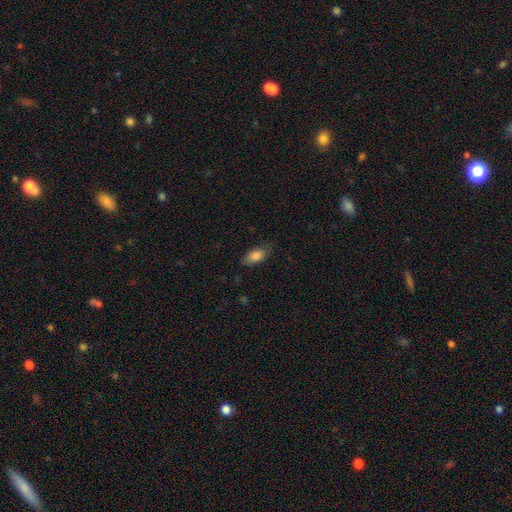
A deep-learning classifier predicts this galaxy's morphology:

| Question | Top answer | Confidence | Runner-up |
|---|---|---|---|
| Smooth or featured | smooth | 83% | featured or disk (10%) |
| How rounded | in between | 88% | cigar-shaped (8%) |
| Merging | none | 74% | minor disturbance (20%) |